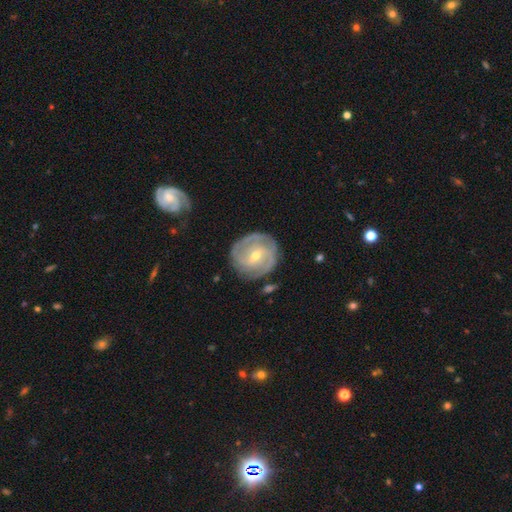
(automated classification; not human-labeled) smooth_or_featured: featured or disk (p=0.85) [alt: smooth p=0.10]
disk_edge_on: no (p=0.97) [alt: yes p=0.03]
bar: weak (p=0.49) [alt: no p=0.28]
has_spiral_arms: yes (p=0.95) [alt: no p=0.05]
spiral_winding: tight (p=0.64) [alt: medium p=0.29]
spiral_arm_count: 2 (p=0.39) [alt: 3 p=0.25]
bulge_size: small (p=0.51) [alt: moderate p=0.46]
merging: none (p=0.79) [alt: minor disturbance p=0.14]